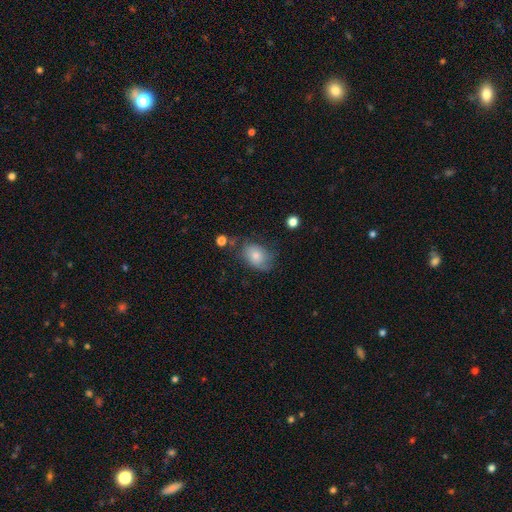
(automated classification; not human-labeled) Overall: smooth (72%). How rounded: in between (75%). Merging: none (56%; minor disturbance 29%).